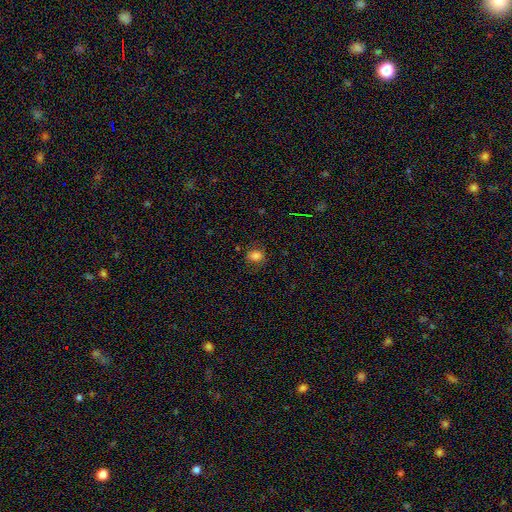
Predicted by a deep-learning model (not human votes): Q: Smooth or featured?
A: smooth (77%); runner-up: star or artifact (15%)
Q: How rounded?
A: round (55%); runner-up: in between (44%)
Q: Merging?
A: none (73%); runner-up: minor disturbance (18%)